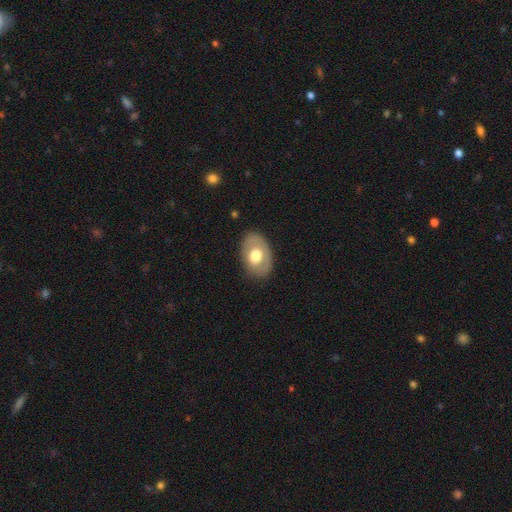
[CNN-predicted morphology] smooth_or_featured: smooth (p=0.56) [alt: featured or disk p=0.38]
how_rounded: in between (p=0.81) [alt: round p=0.18]
merging: none (p=0.79) [alt: minor disturbance p=0.15]